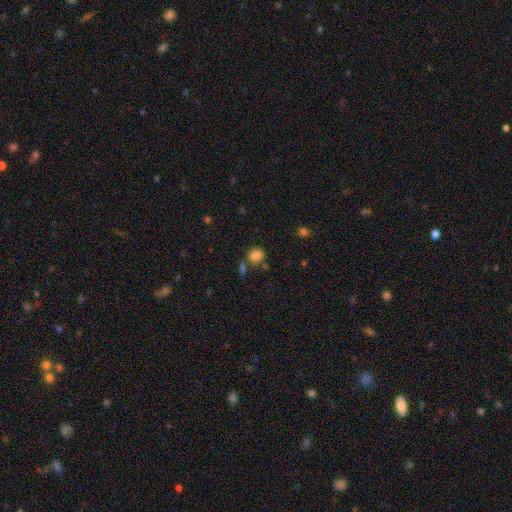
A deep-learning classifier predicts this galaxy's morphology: smooth 82%, star or artifact 12%, featured or disk 6%. Down the decision tree: how rounded — round (69%); merging — none (69%).